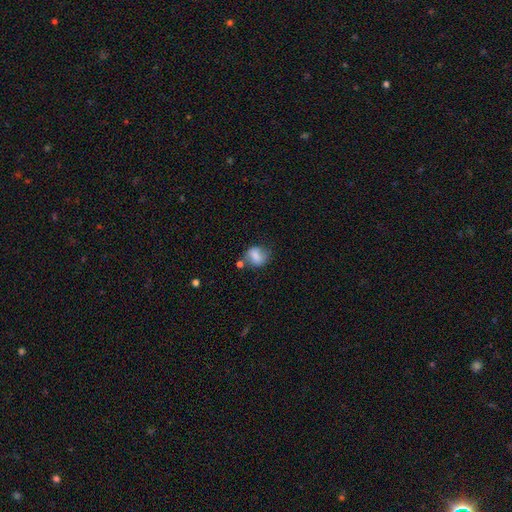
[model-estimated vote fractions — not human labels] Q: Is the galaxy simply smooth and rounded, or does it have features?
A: smooth — 76%.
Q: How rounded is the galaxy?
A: round — 54%.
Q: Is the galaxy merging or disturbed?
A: none — 54%.